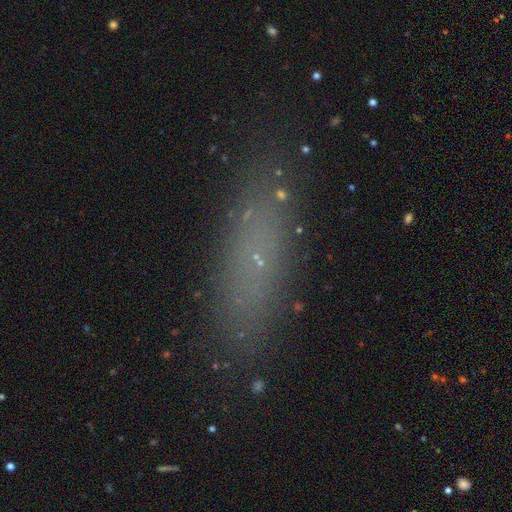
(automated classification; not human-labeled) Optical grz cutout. It shows a smooth galaxy with no disk features (58%) that is cigar-shaped (52%). Merging: none (85%).